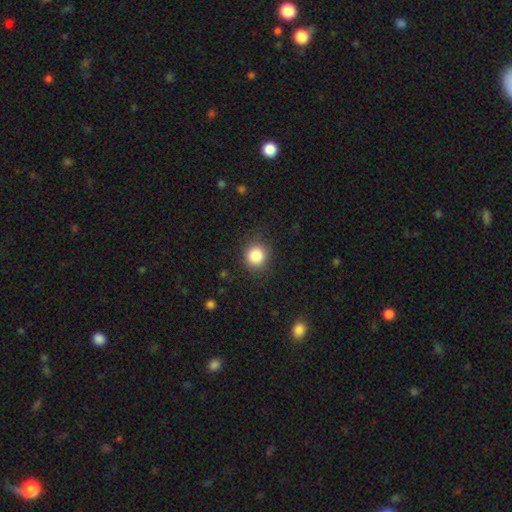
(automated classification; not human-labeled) This is clearly a smooth galaxy (85%). How rounded: clearly round (88%). Merging: clearly none (86%).